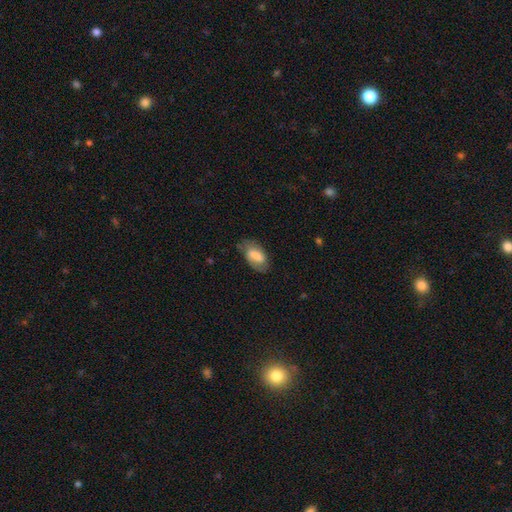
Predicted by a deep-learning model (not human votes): Overall: smooth (66%; featured or disk 27%). How rounded: in between (93%). Merging: none (66%).